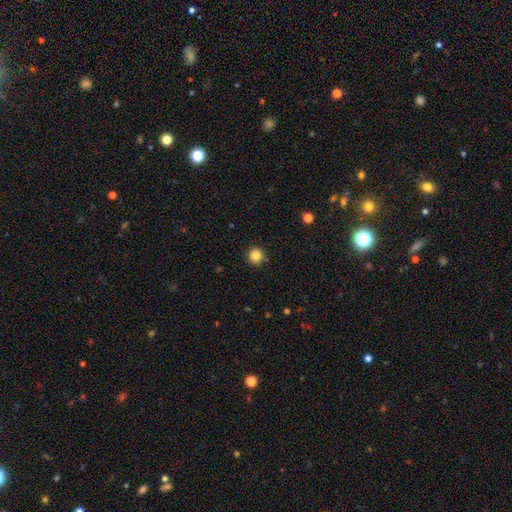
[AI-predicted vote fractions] This appears to be a smooth galaxy with no disk features (85%) that is round (95%). Merging: none (91%).